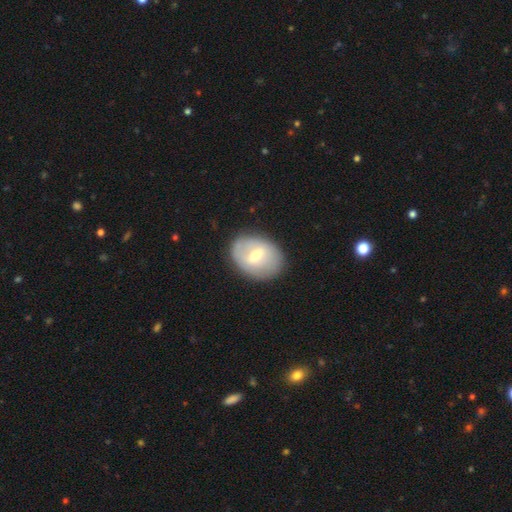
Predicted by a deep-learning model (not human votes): smooth_or_featured: smooth (p=0.48) [alt: featured or disk p=0.45]
merging: none (p=0.82) [alt: minor disturbance p=0.13]